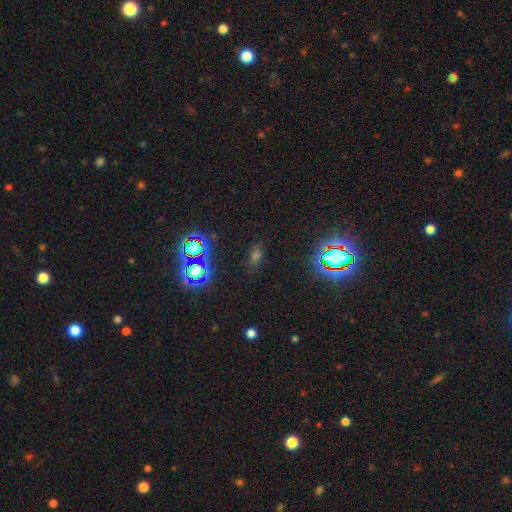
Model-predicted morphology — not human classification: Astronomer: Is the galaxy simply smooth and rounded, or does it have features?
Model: smooth — 45%, tied with star or artifact at 45%.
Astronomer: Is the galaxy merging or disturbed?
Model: none — 81%.